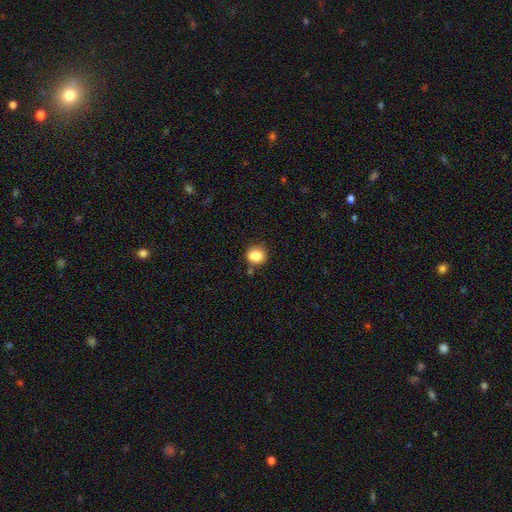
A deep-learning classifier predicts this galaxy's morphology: smooth-or-featured: smooth: 83% | star or artifact: 10% | featured or disk: 7%
  how-rounded: round: 82% | in between: 18% | cigar-shaped: 1%
  merging: none: 68% | minor disturbance: 16% | merger: 11% | major disturbance: 4%